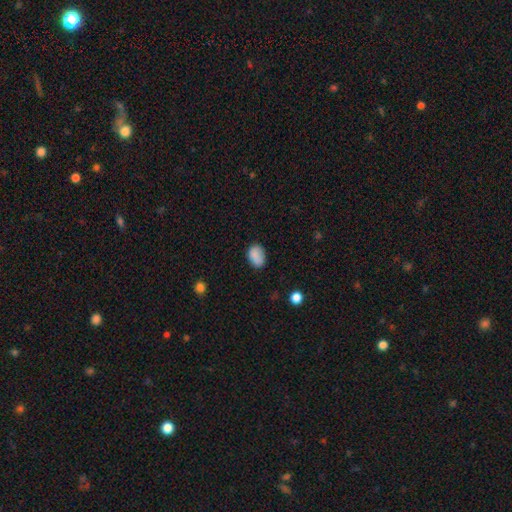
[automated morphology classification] Smooth or featured?
  - smooth: 86% *
  - star or artifact: 8%
  - featured or disk: 6%
How rounded?
  - in between: 81% *
  - round: 18%
  - cigar-shaped: 1%
Merging?
  - none: 78% *
  - minor disturbance: 17%
  - major disturbance: 3%
  - merger: 2%